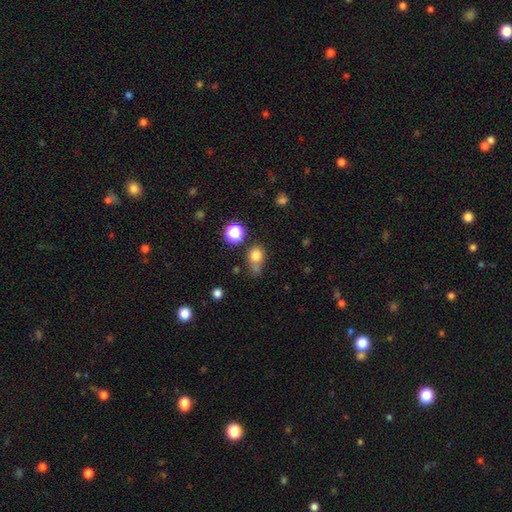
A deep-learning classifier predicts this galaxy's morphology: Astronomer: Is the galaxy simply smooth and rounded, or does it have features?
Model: smooth — 78%.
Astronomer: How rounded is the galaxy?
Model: round — 65%.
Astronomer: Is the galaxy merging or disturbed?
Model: none — 47% (runner-up: minor disturbance, 25%).